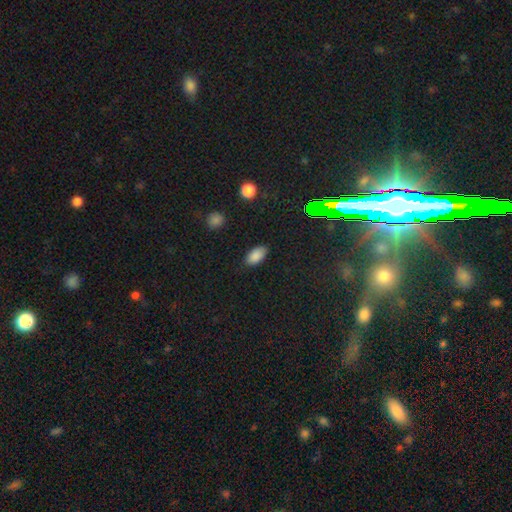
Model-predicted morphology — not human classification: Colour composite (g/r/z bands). It shows a smooth galaxy with no disk features (86%) that is in between round and cigar-shaped (93%). Merging: none (83%).